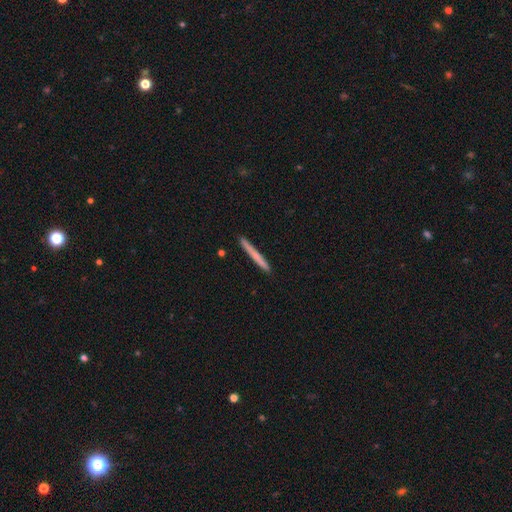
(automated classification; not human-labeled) smooth 63%, featured or disk 32%, star or artifact 6%. Down the decision tree: how rounded — cigar-shaped (97%); merging — none (92%).